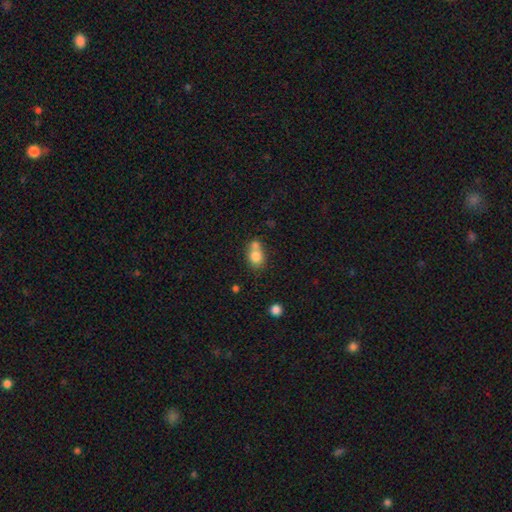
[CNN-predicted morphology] smooth 79%, featured or disk 11%, star or artifact 10%. Down the decision tree: how rounded — round (58%); merging — merger (48%).